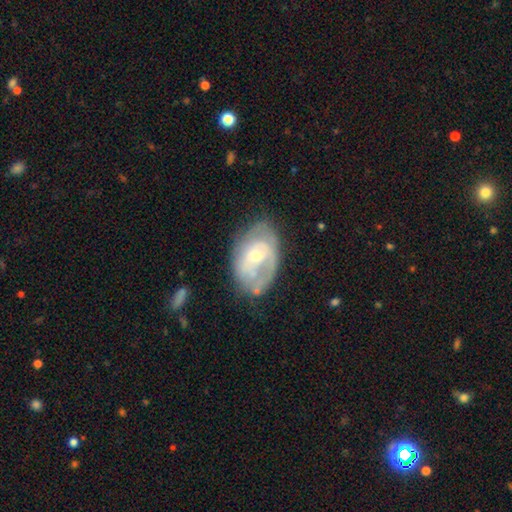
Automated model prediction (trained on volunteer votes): Smooth or featured? featured or disk (65%)
Edge-on disk? no (95%)
Bar? no (60%)
Spiral arms? yes (64%)
Bulge size? small (51%)
Merging? none (54%)